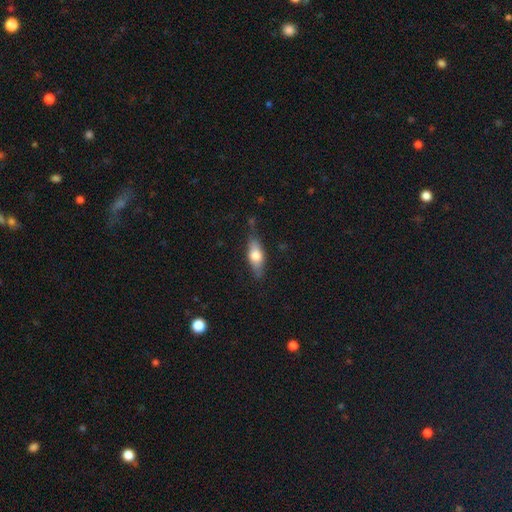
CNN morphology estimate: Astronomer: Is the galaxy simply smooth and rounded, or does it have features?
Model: smooth — 61%.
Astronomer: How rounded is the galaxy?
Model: in between — 64%.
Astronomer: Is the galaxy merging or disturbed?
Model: none — 76%.